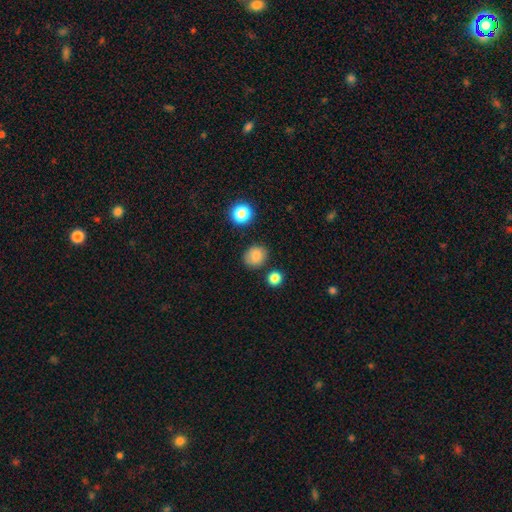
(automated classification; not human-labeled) smooth-or-featured: smooth: 83% | star or artifact: 11% | featured or disk: 6%
  how-rounded: round: 72% | in between: 27% | cigar-shaped: 1%
  merging: none: 82% | minor disturbance: 11% | merger: 3% | major disturbance: 3%